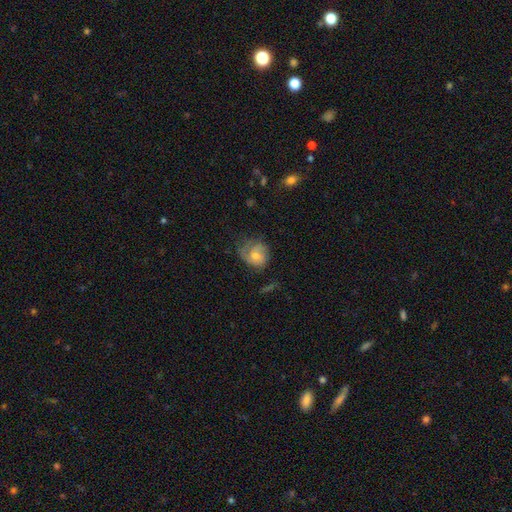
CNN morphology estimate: This appears to be a featured or disk galaxy (55%) with no bar (73%), spiral arms (83%) and a moderate central bulge (57%). Merging: none (52%).